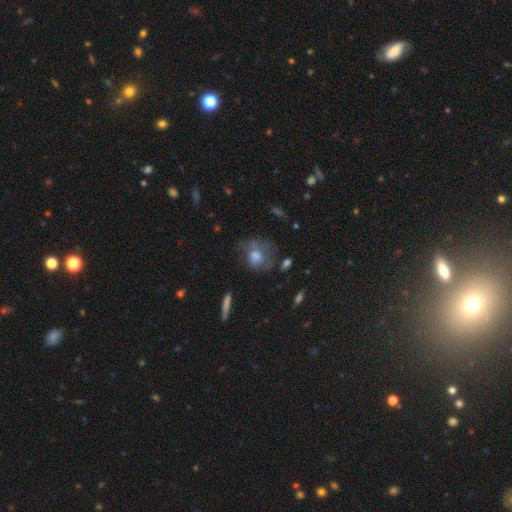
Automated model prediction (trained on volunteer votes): The model was most divided on "smooth or featured": smooth: 54%, featured or disk: 33%, star or artifact: 13%. More confident: how rounded — round (64%); merging — none (50%).